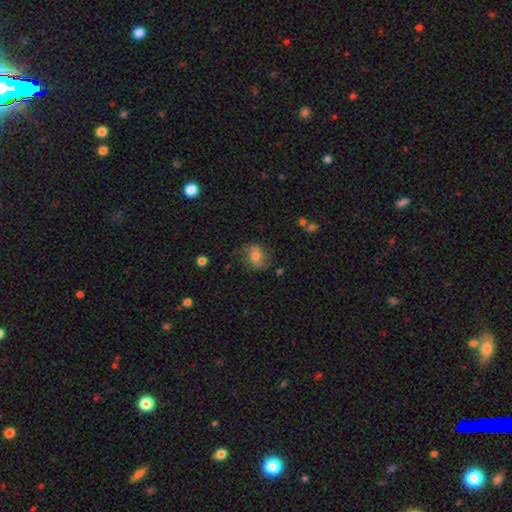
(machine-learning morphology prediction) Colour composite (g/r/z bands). It shows a smooth galaxy with no disk features (64%) that is in between round and cigar-shaped (51%). Merging: none (65%).